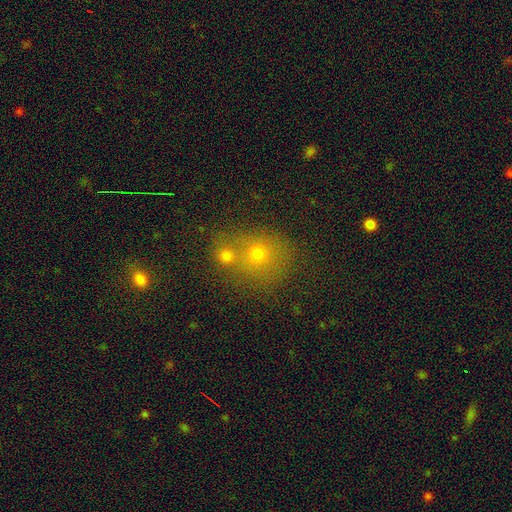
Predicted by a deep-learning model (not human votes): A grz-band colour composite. It shows a smooth galaxy with no disk features (59%) that is round (82%). Merging: none (50%).